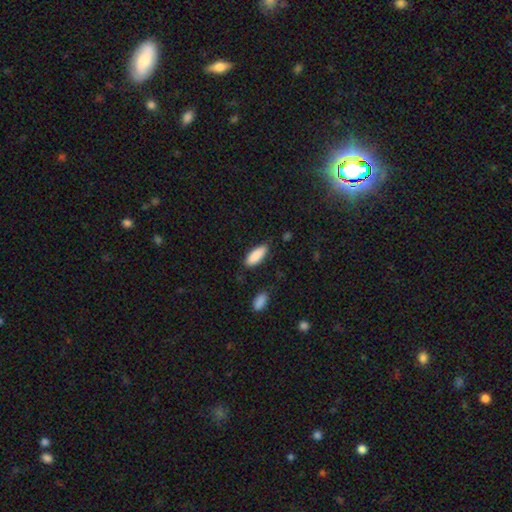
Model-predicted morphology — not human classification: smooth-or-featured: smooth: 88% | featured or disk: 6% | star or artifact: 6%
  how-rounded: in between: 70% | cigar-shaped: 28% | round: 2%
  merging: none: 82% | minor disturbance: 13% | major disturbance: 3% | merger: 2%